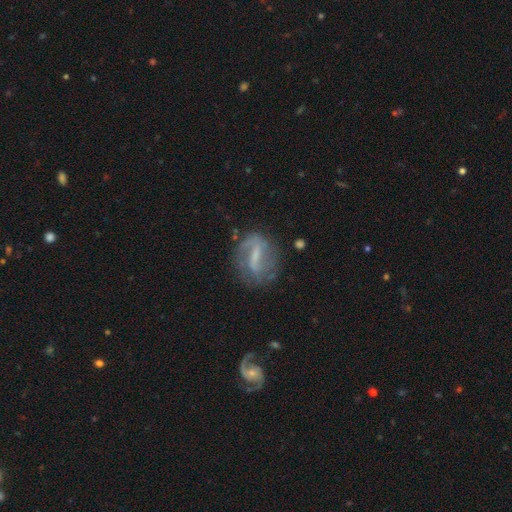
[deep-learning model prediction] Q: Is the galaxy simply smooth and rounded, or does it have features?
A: featured or disk — 74%.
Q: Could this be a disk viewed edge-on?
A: no — 94%.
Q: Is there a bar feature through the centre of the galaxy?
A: strong — 50%.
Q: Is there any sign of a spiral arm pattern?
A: yes — 82%.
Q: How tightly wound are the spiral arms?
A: medium — 40%.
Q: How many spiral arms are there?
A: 2 — 72%.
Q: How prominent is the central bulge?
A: none — 37%.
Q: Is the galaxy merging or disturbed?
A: none — 68%.